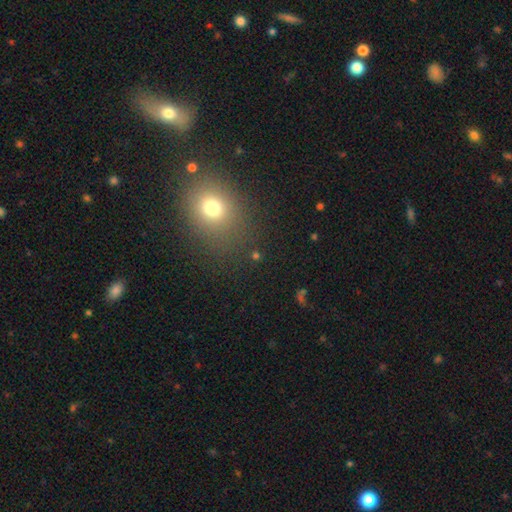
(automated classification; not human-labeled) The model was most divided on "smooth or featured": smooth: 60%, star or artifact: 30%, featured or disk: 10%. More confident: merging — none (79%); how rounded — round (68%).